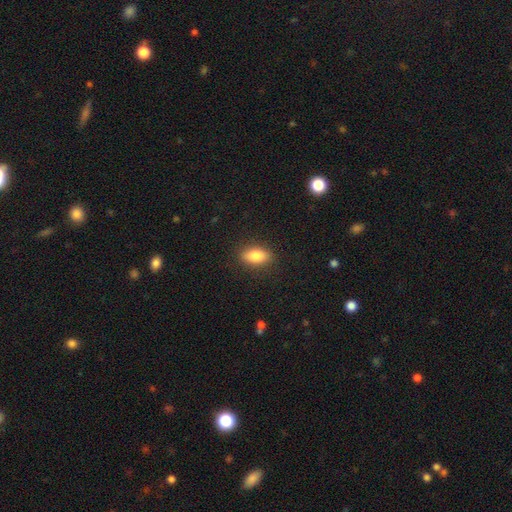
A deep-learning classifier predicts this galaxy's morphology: A smooth galaxy with no disk features (79%) that is in between round and cigar-shaped (82%).

Vote fractions:
- Smooth or featured? smooth: 79% / featured or disk: 13% / star or artifact: 8%
- How rounded? in between: 82% / cigar-shaped: 10% / round: 8%
- Merging? none: 88% / minor disturbance: 9% / major disturbance: 2% / merger: 1%